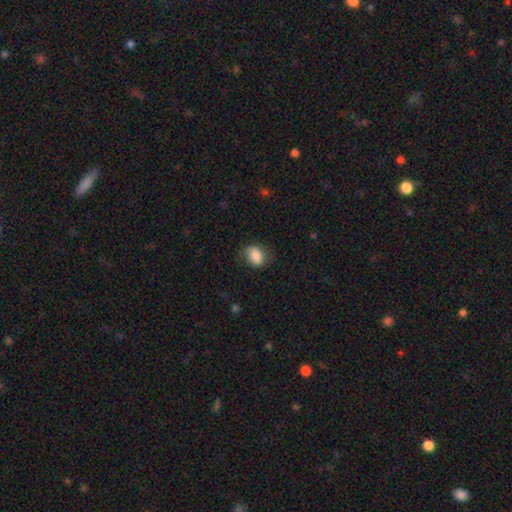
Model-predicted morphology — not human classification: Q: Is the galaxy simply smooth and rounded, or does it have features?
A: smooth — 82%.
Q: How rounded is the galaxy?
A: in between — 71%.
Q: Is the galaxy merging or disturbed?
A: none — 69%.